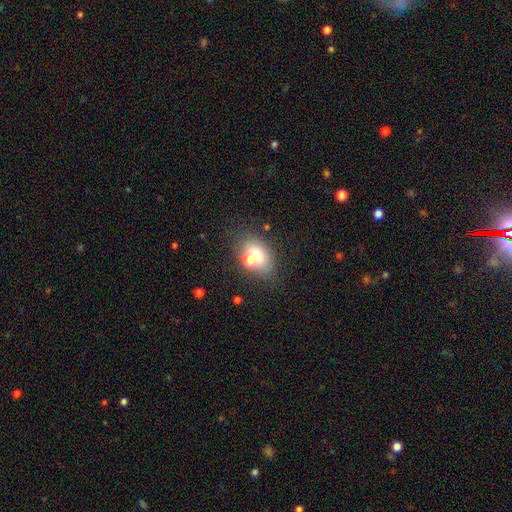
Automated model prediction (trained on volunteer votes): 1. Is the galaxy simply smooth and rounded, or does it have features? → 62% smooth, 26% featured or disk, 12% star or artifact.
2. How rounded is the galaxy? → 66% in between, 33% round, 2% cigar-shaped.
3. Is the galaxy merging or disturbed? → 47% none, 36% merger, 12% minor disturbance, 5% major disturbance.